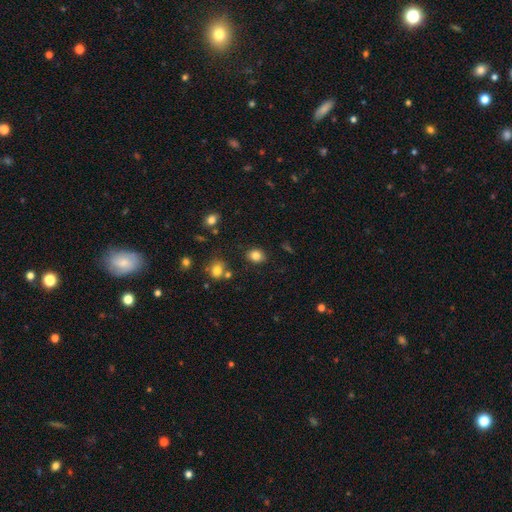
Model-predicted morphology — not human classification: type=smooth (83%); roundness=round (54%); merging=none (85%).